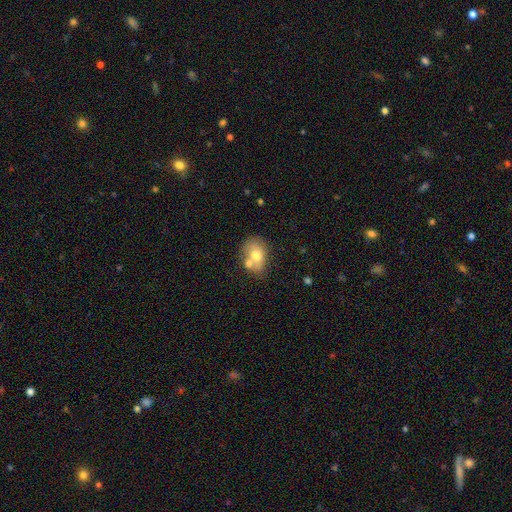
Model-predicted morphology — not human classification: The model was most divided on "merging": none: 46%, merger: 31%, minor disturbance: 17%, major disturbance: 6%. More confident: how rounded — in between (69%); smooth or featured — smooth (68%).